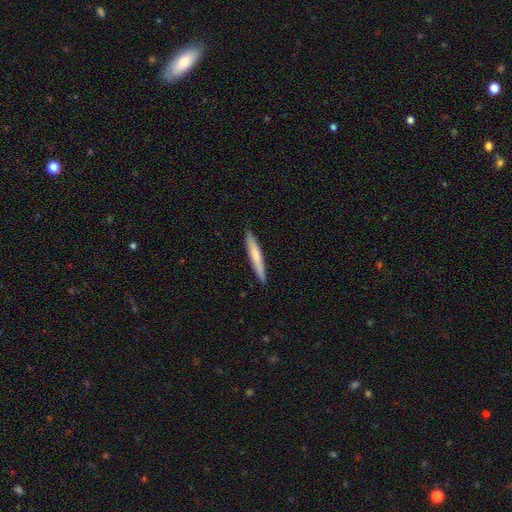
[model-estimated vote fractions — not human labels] Morphology: type=smooth (70%); roundness=cigar-shaped (95%); merging=none (91%).